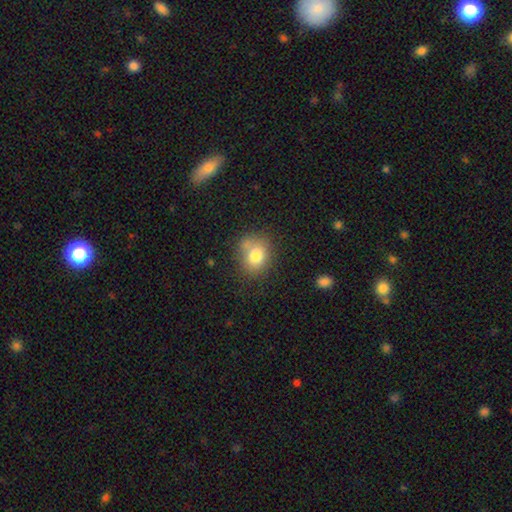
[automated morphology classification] Smooth or featured? smooth (78%)
How rounded? round (58%)
Merging? none (60%)